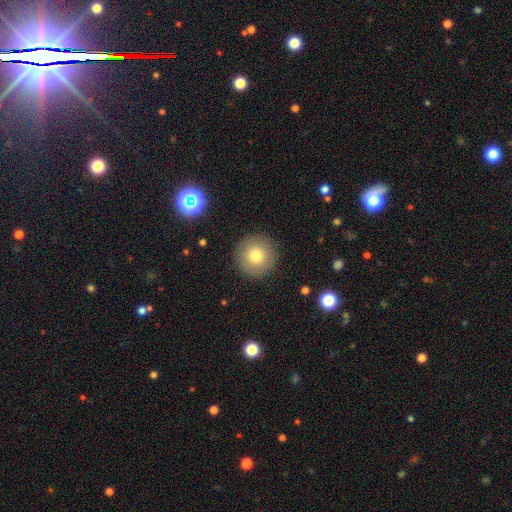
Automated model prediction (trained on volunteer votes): Smooth or featured? Predicted: smooth (p=0.78). How rounded? Predicted: round (p=0.96). Merging? Predicted: none (p=0.90).